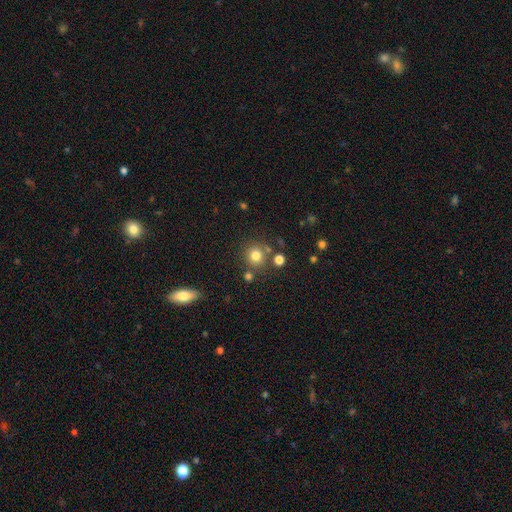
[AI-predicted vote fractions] smooth 78%, star or artifact 14%, featured or disk 8%. Down the decision tree: how rounded — round (91%); merging — none (77%).